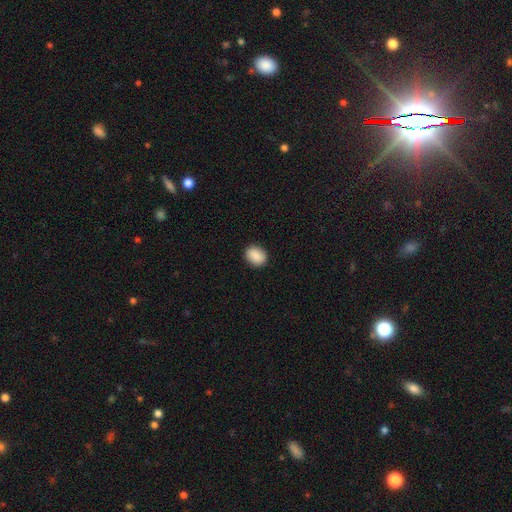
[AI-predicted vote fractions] smooth_or_featured: smooth (p=0.89) [alt: star or artifact p=0.07]
how_rounded: in between (p=0.51) [alt: round p=0.48]
merging: none (p=0.90) [alt: minor disturbance p=0.07]